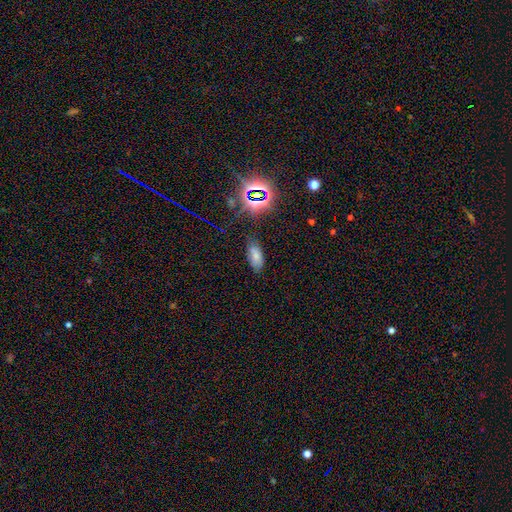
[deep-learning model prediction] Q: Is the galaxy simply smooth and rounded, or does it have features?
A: smooth — 68%.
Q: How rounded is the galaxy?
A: in between — 89%.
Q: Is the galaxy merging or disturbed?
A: none — 74%.